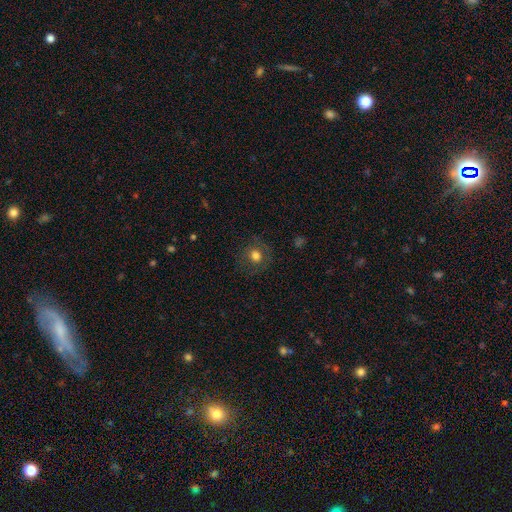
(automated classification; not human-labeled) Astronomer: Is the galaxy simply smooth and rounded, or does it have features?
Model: smooth — 71%.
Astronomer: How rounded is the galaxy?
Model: round — 90%.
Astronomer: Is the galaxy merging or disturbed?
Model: none — 83%.